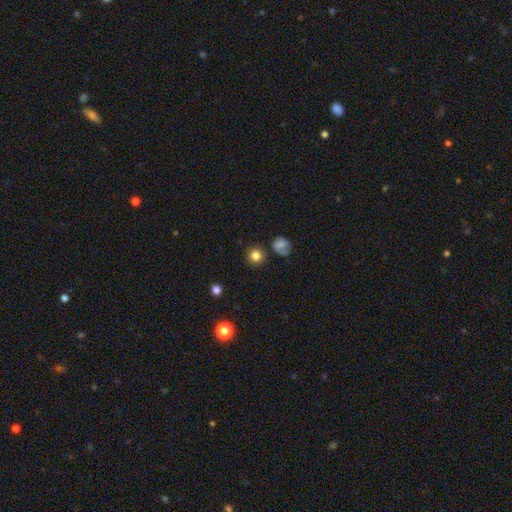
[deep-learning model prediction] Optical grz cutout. It shows a smooth galaxy with no disk features (81%) that is round (92%). Merging: none (84%).